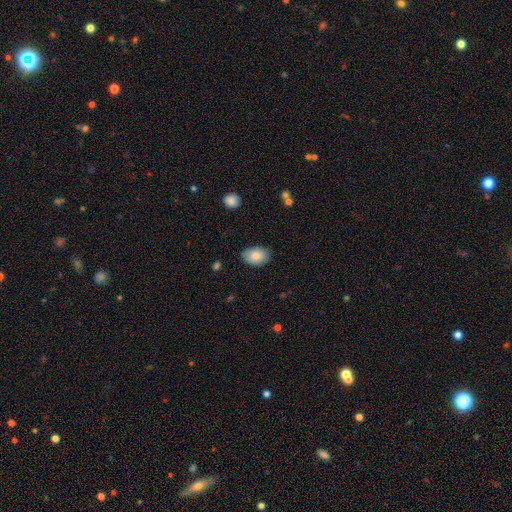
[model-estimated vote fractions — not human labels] This appears to be a smooth galaxy with no disk features (83%) that is in between round and cigar-shaped (83%). Merging: none (80%).